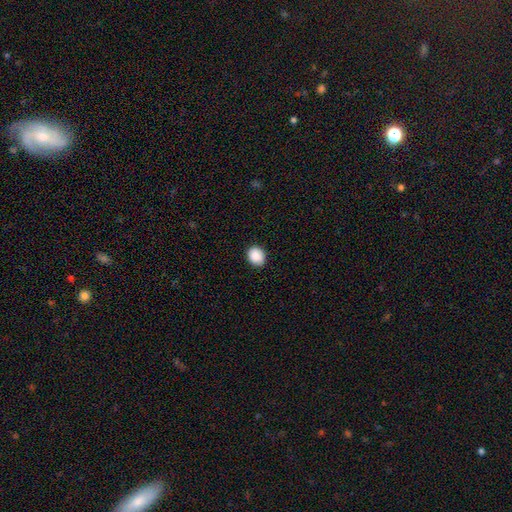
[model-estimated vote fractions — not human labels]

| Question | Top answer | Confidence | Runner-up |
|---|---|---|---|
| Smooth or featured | smooth | 89% | star or artifact (8%) |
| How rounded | round | 66% | in between (33%) |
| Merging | none | 89% | minor disturbance (8%) |